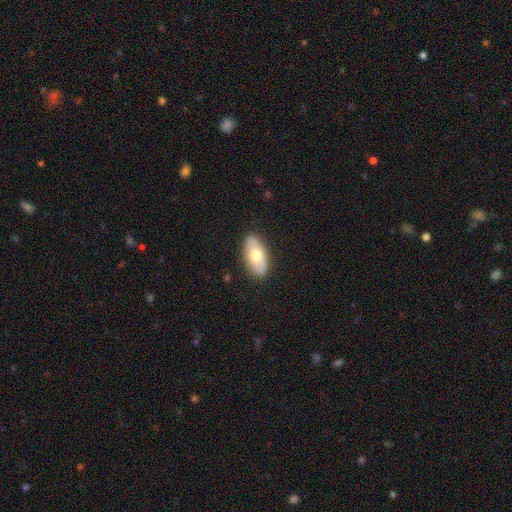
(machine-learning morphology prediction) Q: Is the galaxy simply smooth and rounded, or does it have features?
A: smooth — 66%.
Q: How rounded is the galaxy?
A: in between — 91%.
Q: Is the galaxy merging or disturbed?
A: none — 87%.